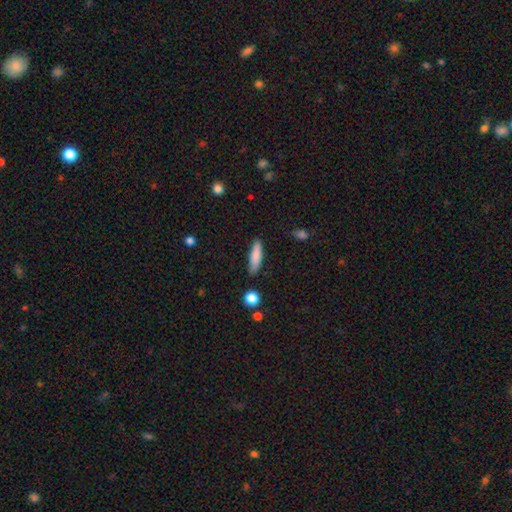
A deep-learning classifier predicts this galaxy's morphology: type=smooth (82%); roundness=cigar-shaped (71%); merging=none (84%).